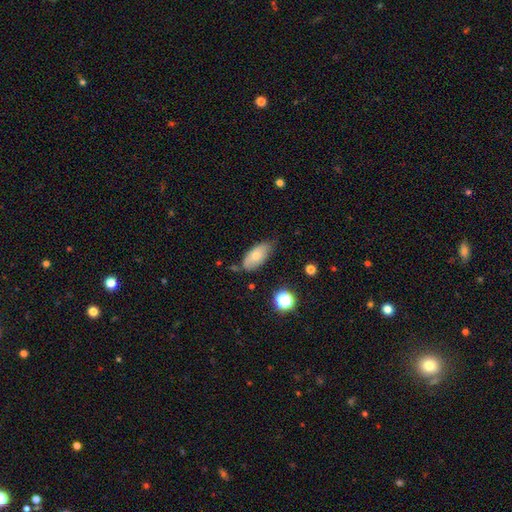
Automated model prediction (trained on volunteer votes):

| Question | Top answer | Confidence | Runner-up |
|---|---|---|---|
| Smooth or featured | smooth | 73% | featured or disk (18%) |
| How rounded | in between | 91% | cigar-shaped (6%) |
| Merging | none | 63% | minor disturbance (29%) |